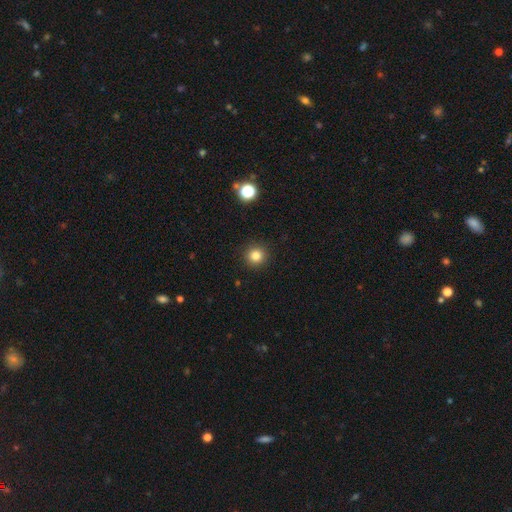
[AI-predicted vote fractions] This appears to be a smooth galaxy with no disk features (82%) that is round (94%). Merging: none (92%).